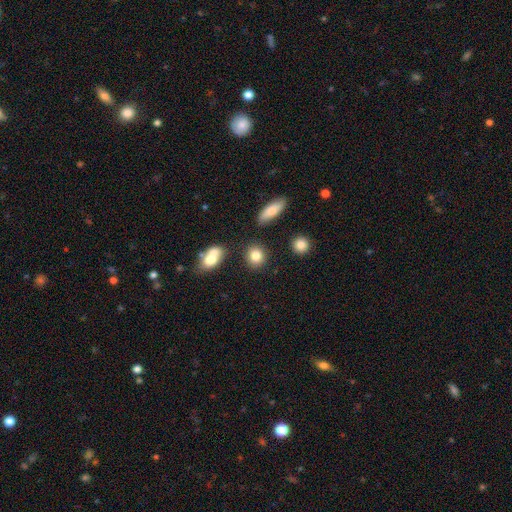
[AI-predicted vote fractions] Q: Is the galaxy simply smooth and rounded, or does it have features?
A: smooth — 82%.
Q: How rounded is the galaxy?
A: round — 76%.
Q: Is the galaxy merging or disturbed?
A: none — 83%.